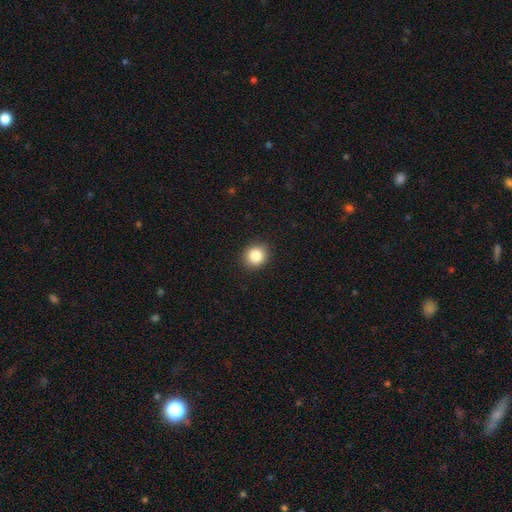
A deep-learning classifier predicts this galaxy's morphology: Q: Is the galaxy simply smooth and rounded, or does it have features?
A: smooth — 85%.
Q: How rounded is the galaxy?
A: round — 82%.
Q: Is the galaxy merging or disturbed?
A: none — 91%.